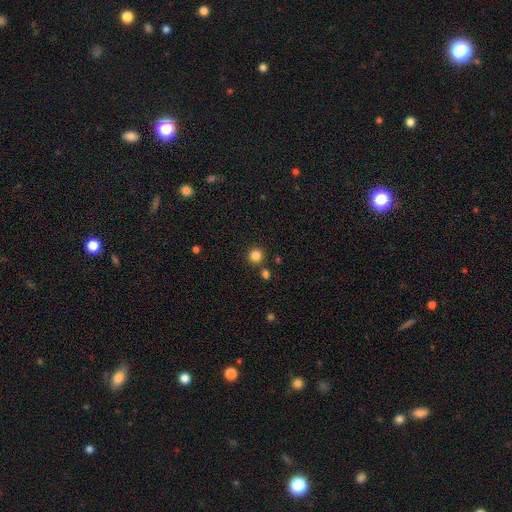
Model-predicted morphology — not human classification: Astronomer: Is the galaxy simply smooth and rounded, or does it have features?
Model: smooth — 83%.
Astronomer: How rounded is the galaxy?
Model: round — 93%.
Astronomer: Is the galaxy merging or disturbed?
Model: none — 84%.